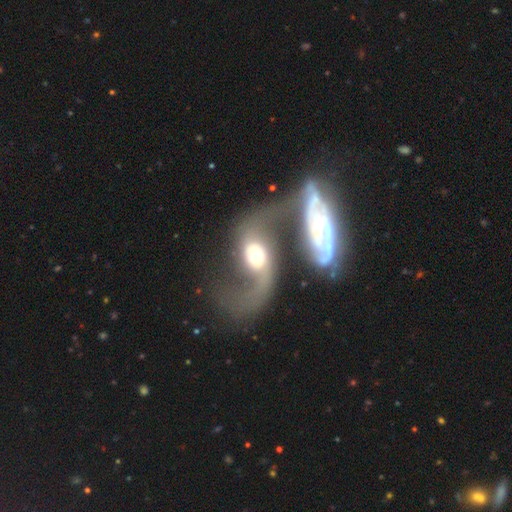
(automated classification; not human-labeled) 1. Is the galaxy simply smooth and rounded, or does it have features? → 67% featured or disk, 26% smooth, 7% star or artifact.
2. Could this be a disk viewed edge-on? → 94% no, 6% yes.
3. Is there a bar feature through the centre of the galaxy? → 60% no, 26% weak, 14% strong.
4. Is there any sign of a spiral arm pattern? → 83% yes, 17% no.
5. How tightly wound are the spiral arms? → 71% loose, 22% medium, 7% tight.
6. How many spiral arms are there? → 74% 2, 16% 1, 6% can't tell, 2% 3, 1% 4, 1% more than 4.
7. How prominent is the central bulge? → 56% moderate, 24% large, 13% small, 6% dominant, 2% none.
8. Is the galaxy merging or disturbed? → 57% merger, 21% major disturbance, 15% none, 7% minor disturbance.